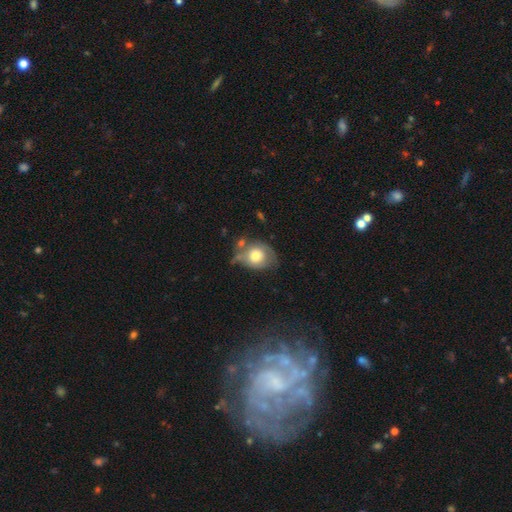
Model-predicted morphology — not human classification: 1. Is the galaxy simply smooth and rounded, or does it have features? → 65% smooth, 28% featured or disk, 8% star or artifact.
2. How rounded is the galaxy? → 56% round, 43% in between, 1% cigar-shaped.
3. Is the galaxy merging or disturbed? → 40% none, 31% minor disturbance, 16% major disturbance, 13% merger.